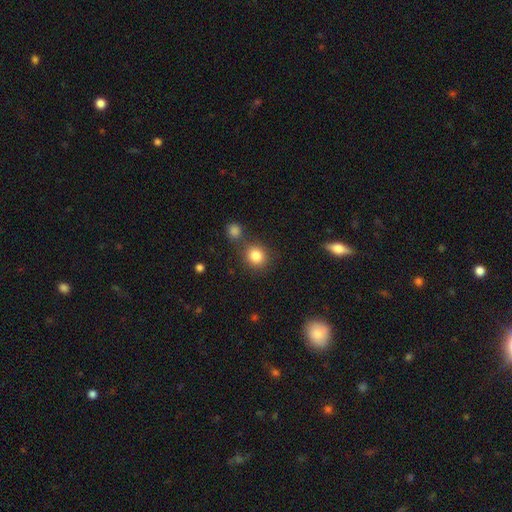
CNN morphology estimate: Smooth or featured?
  - smooth: 84% *
  - star or artifact: 11%
  - featured or disk: 6%
How rounded?
  - round: 86% *
  - in between: 13%
  - cigar-shaped: 1%
Merging?
  - none: 73% *
  - merger: 14%
  - minor disturbance: 9%
  - major disturbance: 3%